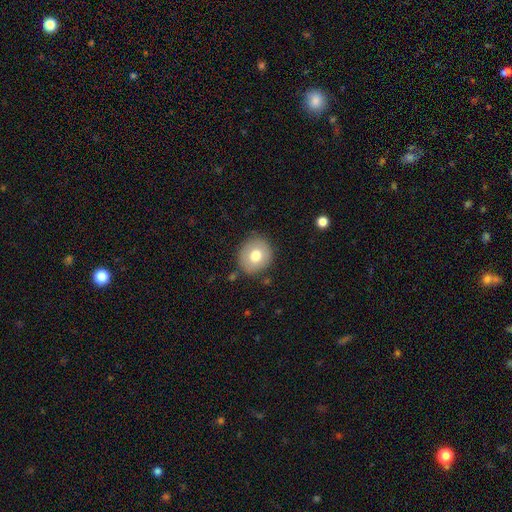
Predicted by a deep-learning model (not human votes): The model was most divided on "smooth or featured": smooth: 71%, featured or disk: 21%, star or artifact: 8%. More confident: merging — none (84%); how rounded — round (82%).